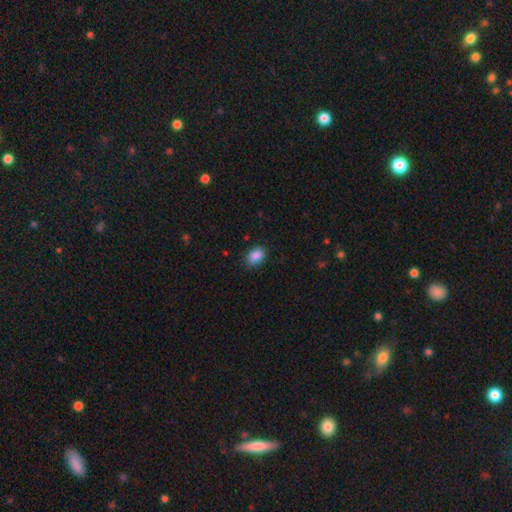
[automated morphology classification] smooth_or_featured: smooth (p=0.89) [alt: star or artifact p=0.08]
how_rounded: in between (p=0.88) [alt: round p=0.11]
merging: none (p=0.84) [alt: minor disturbance p=0.12]